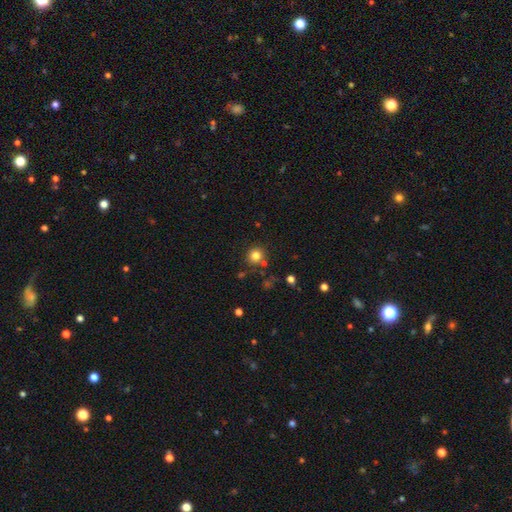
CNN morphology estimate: type=smooth (81%); roundness=round (91%); merging=none (81%).